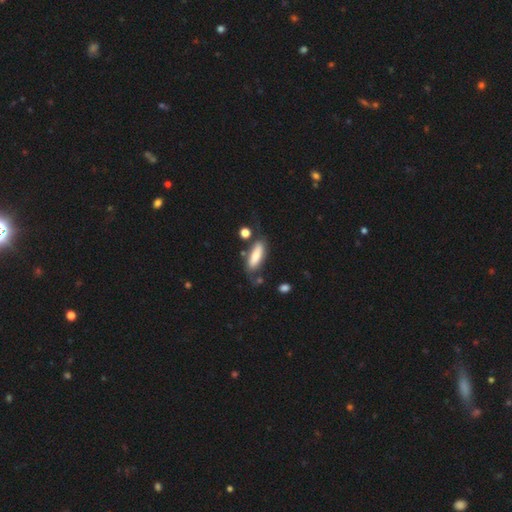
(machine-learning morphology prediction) Smooth or featured? smooth (70%)
How rounded? in between (57%)
Merging? none (58%)